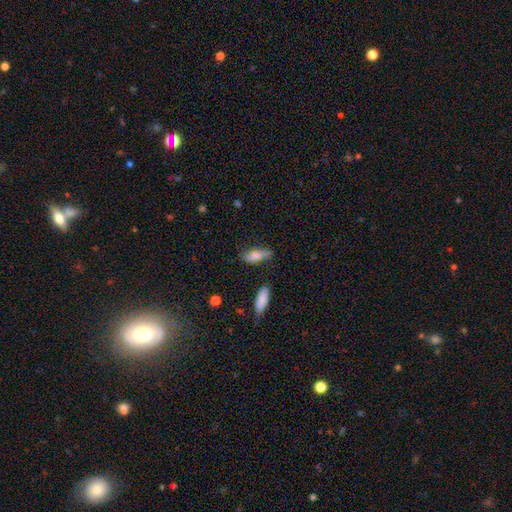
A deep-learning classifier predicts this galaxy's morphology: smooth_or_featured: smooth (p=0.74) [alt: featured or disk p=0.19]
how_rounded: in between (p=0.62) [alt: cigar-shaped p=0.35]
merging: none (p=0.64) [alt: minor disturbance p=0.26]